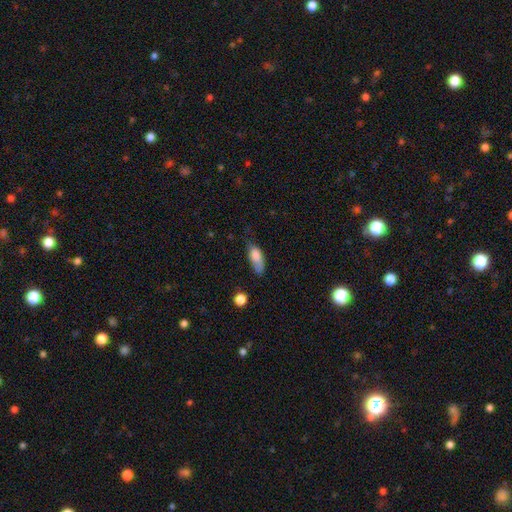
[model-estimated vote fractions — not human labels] This appears to be a smooth galaxy with no disk features (79%) that is in between round and cigar-shaped (79%). Merging: none (43%).